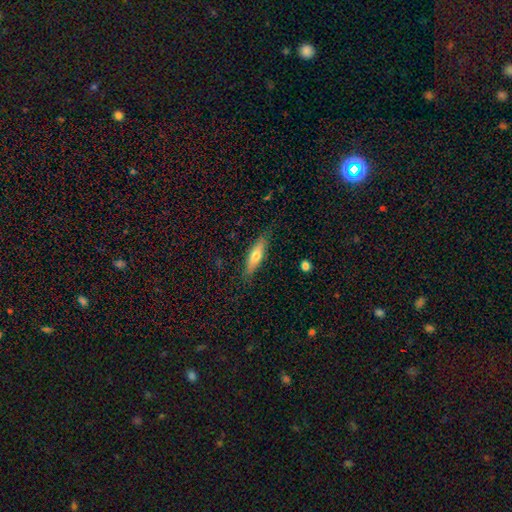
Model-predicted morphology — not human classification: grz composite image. It shows a smooth galaxy with no disk features (60%) that is cigar-shaped (64%). Merging: none (84%).